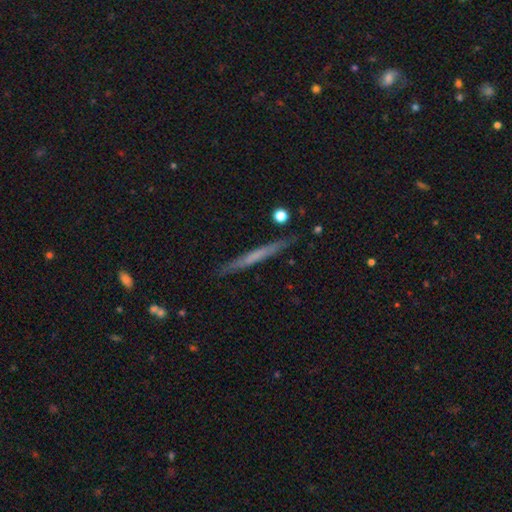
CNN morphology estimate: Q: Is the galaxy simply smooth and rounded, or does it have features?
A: featured or disk — 48%.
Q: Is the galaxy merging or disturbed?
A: none — 88%.